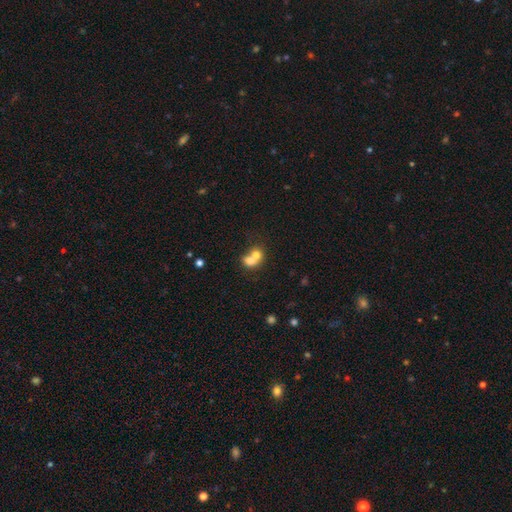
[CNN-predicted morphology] This is likely a smooth galaxy (70%). How rounded: likely round (63%). Merging: likely merger (71%).